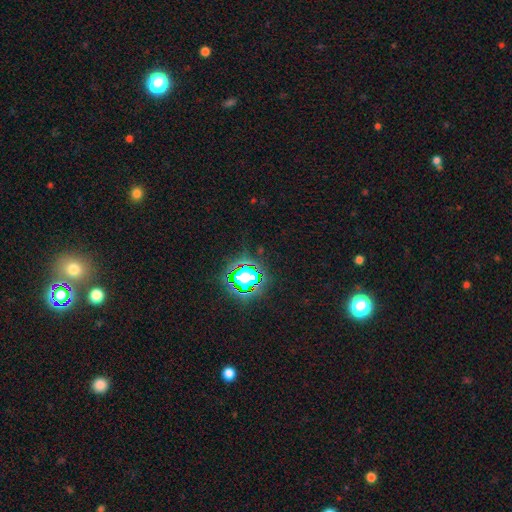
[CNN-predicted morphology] Smooth or featured?
  - star or artifact: 80% *
  - smooth: 13%
  - featured or disk: 7%